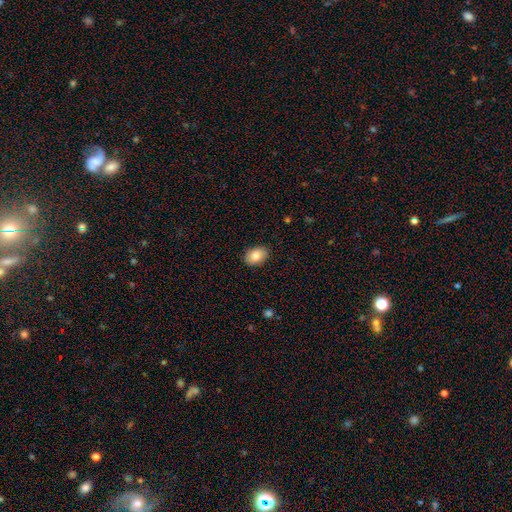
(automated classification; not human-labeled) Smooth or featured: smooth — 86% (featured or disk — 7%)
How rounded: in between — 84% (round — 15%)
Merging: none — 89% (minor disturbance — 8%)